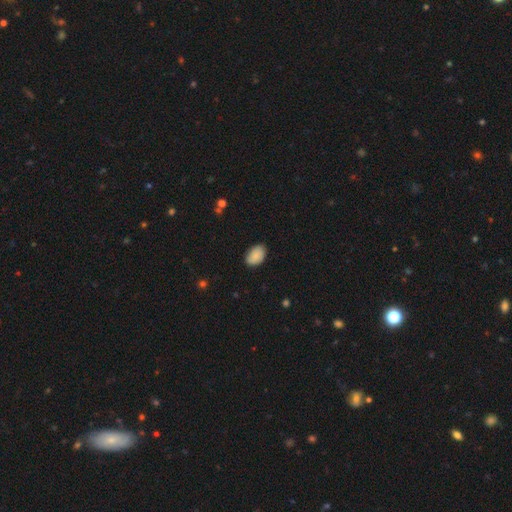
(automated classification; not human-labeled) Morphology: type=smooth (89%); roundness=in between (91%); merging=none (85%).